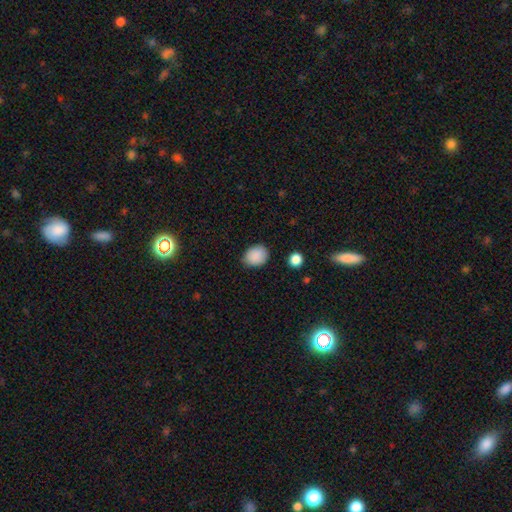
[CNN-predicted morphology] Smooth or featured: smooth — 89% (star or artifact — 8%)
How rounded: in between — 53% (round — 46%)
Merging: none — 81% (minor disturbance — 15%)